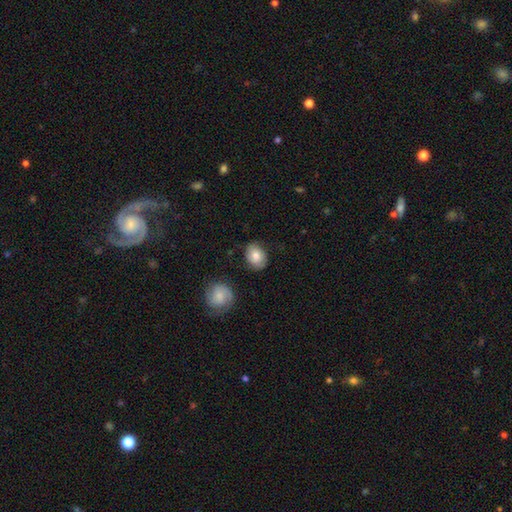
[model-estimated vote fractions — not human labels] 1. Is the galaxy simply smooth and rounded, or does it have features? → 76% smooth, 17% featured or disk, 7% star or artifact.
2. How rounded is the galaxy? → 61% in between, 38% round, 1% cigar-shaped.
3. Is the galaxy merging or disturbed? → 77% none, 16% minor disturbance, 4% major disturbance, 3% merger.